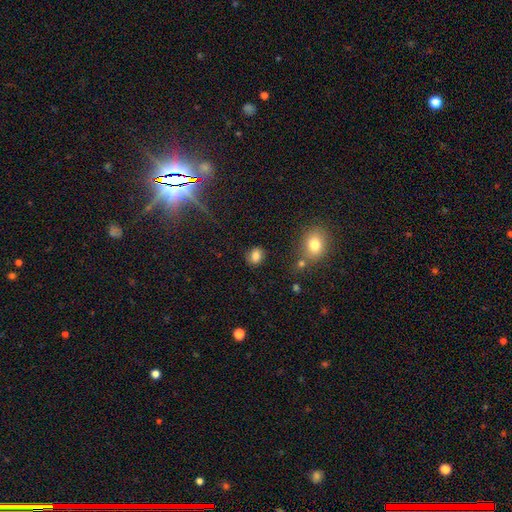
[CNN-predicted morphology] type=smooth (81%); roundness=round (52%); merging=none (83%).